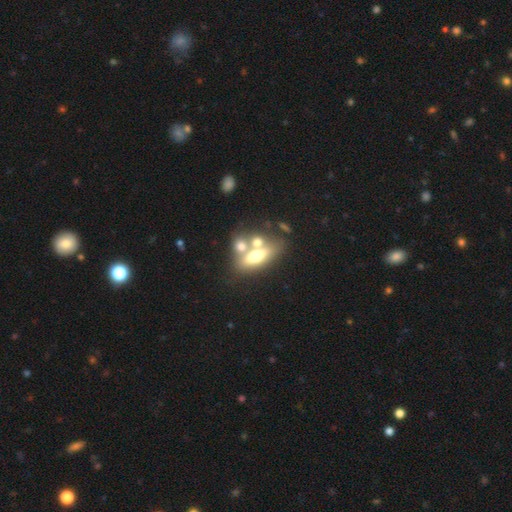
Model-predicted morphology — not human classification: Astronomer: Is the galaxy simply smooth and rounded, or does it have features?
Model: smooth — 55% (runner-up: featured or disk, 35%).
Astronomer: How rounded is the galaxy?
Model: in between — 71%.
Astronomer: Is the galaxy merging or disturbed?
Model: merger — 49% (runner-up: none, 35%).